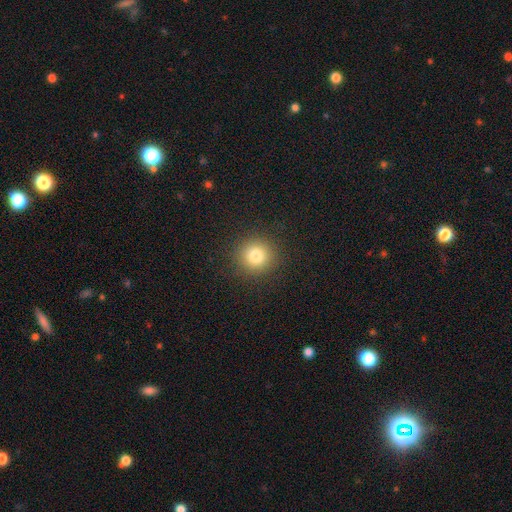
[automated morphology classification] This is clearly a smooth galaxy (80%). How rounded: clearly round (93%). Merging: clearly none (91%).